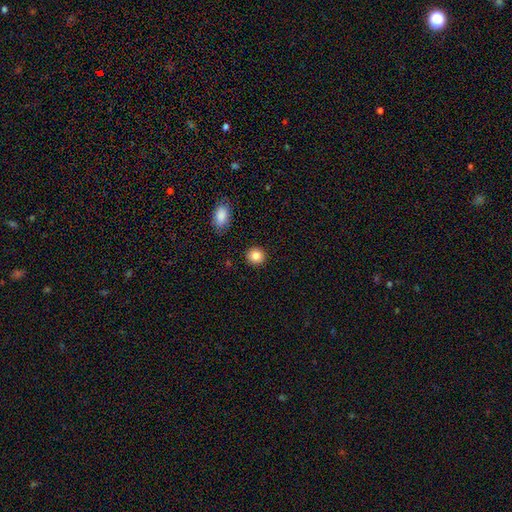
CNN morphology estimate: type=smooth (85%); roundness=round (86%); merging=none (90%).